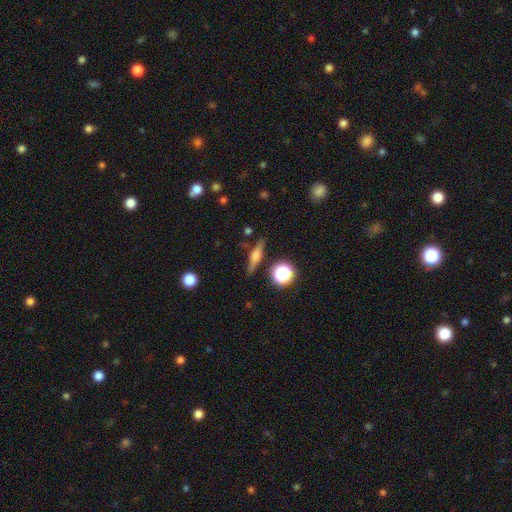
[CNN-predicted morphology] Q: Smooth or featured?
A: featured or disk (55%); runner-up: smooth (35%)
Q: Edge-on disk?
A: yes (95%); runner-up: no (5%)
Q: Edge-on bulge?
A: rounded (77%); runner-up: boxy (17%)
Q: Merging?
A: none (84%); runner-up: minor disturbance (11%)